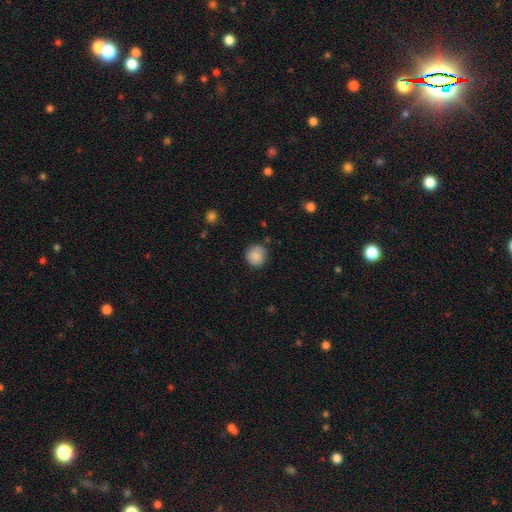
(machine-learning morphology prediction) Smooth or featured: smooth — 84% (featured or disk — 8%)
How rounded: round — 88% (in between — 11%)
Merging: none — 79% (minor disturbance — 16%)